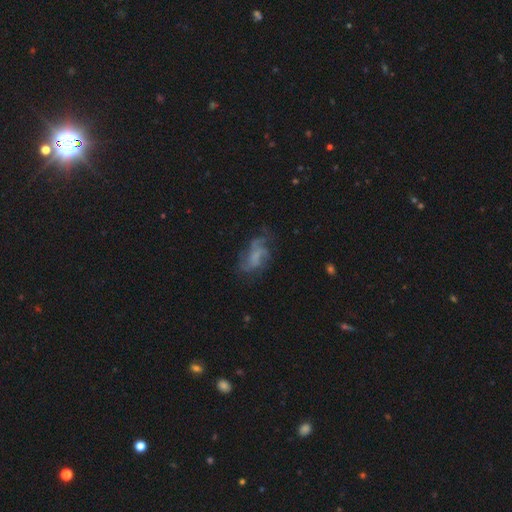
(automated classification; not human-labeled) A featured or disk galaxy (62%) with no bar (60%), spiral arms (78%) and no central bulge (59%). Merging: none (51%).